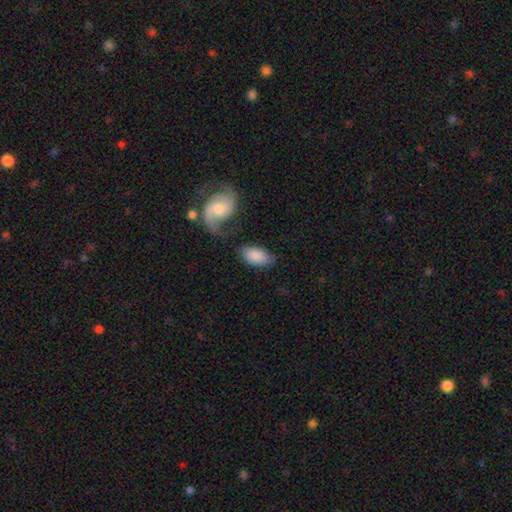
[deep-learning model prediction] Morphology: type=smooth (80%); roundness=in between (94%); merging=none (61%).